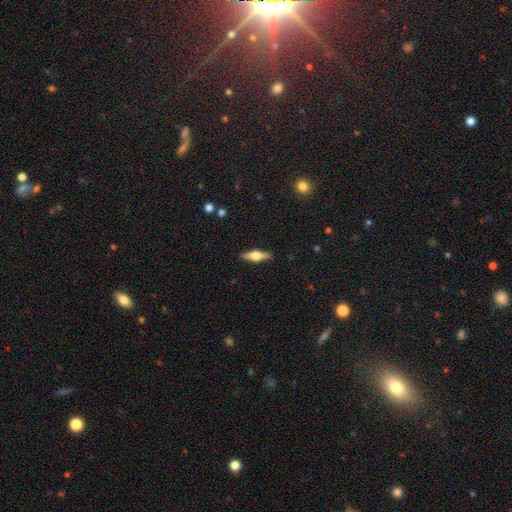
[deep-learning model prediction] Smooth or featured: featured or disk — 53% (smooth — 41%)
Edge-on disk: yes — 94% (no — 6%)
Merging: none — 89% (minor disturbance — 8%)